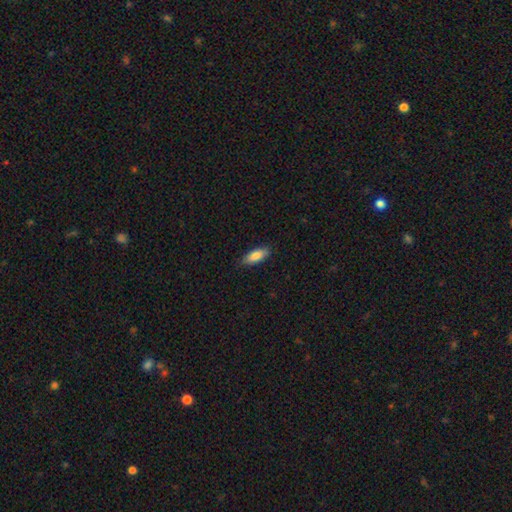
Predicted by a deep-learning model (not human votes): This appears to be a smooth galaxy with no disk features (85%) that is in between round and cigar-shaped (75%). Merging: none (86%).